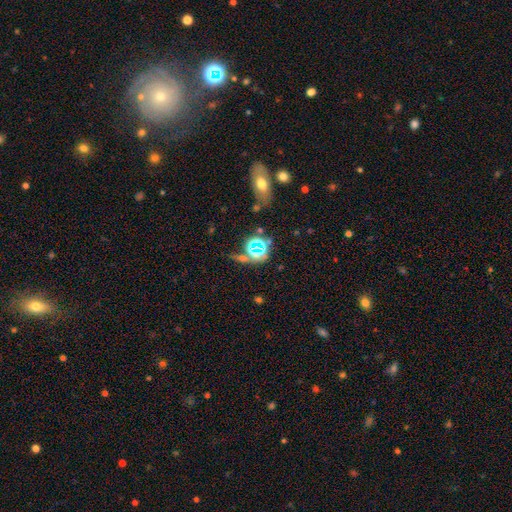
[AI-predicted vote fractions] The model was most divided on "smooth or featured": star or artifact: 53%, smooth: 31%, featured or disk: 16%.